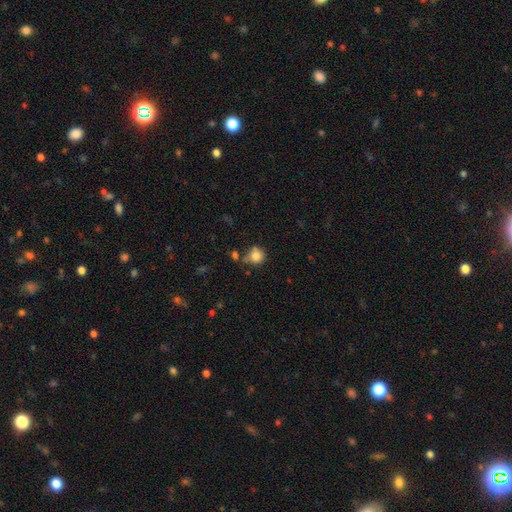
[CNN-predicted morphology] smooth 83%, star or artifact 10%, featured or disk 7%. Down the decision tree: how rounded — round (85%); merging — none (61%).